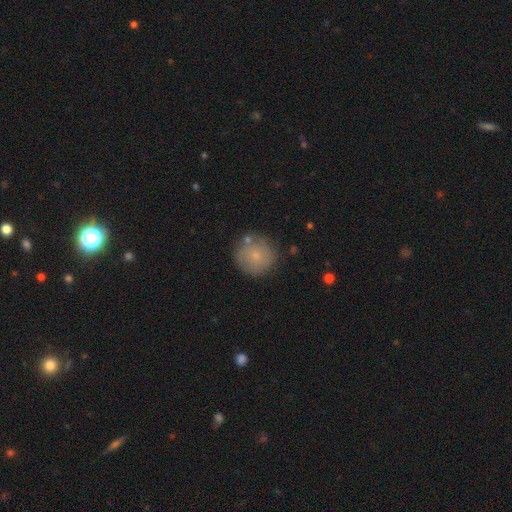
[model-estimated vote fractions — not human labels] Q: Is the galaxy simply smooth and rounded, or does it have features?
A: smooth — 74%.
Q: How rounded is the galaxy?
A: round — 95%.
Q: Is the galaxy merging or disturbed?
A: none — 79%.